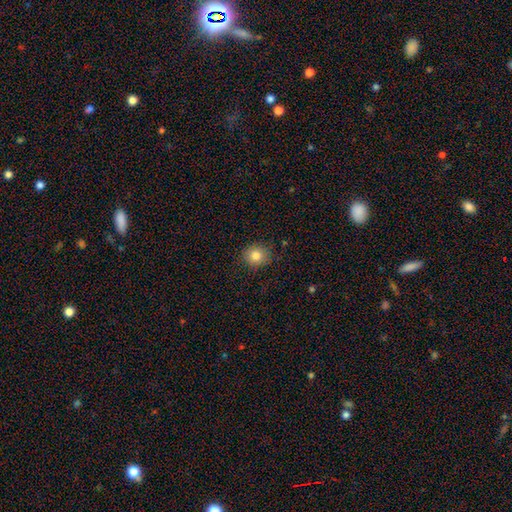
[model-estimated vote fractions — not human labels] Smooth or featured? smooth (83%)
How rounded? round (82%)
Merging? none (86%)